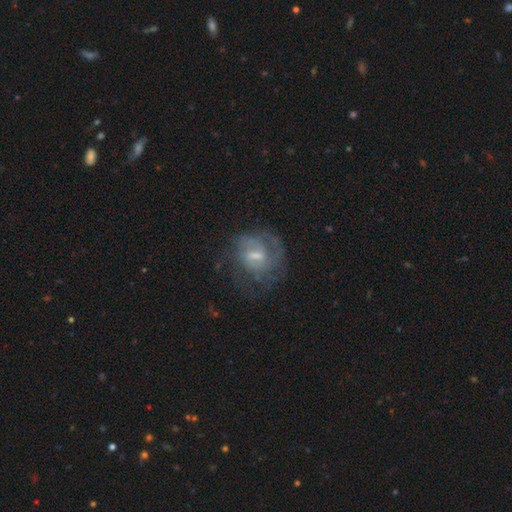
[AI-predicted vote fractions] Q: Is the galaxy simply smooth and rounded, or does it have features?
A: featured or disk — 68%.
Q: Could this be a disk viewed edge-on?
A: no — 97%.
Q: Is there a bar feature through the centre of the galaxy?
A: weak — 58%.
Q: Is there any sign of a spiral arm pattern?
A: yes — 73%.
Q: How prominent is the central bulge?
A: moderate — 41%.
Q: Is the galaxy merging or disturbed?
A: none — 52%.